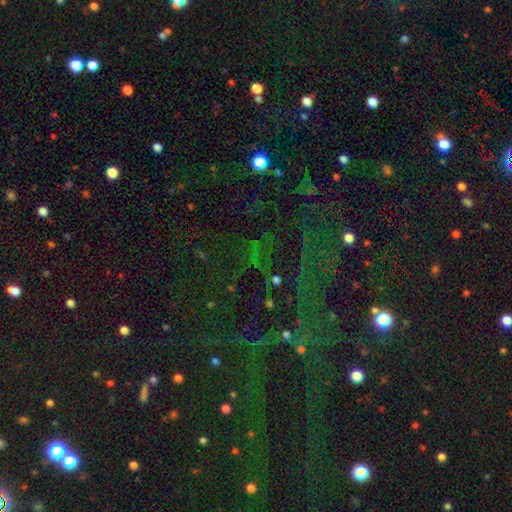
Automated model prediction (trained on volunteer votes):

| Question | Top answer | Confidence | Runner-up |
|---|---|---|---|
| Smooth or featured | star or artifact | 75% | smooth (16%) |